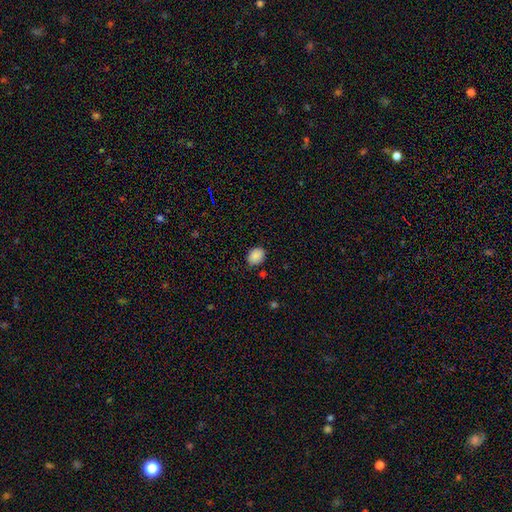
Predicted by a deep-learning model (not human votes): Overall: smooth (87%). How rounded: in between (64%; round 35%). Merging: none (80%).